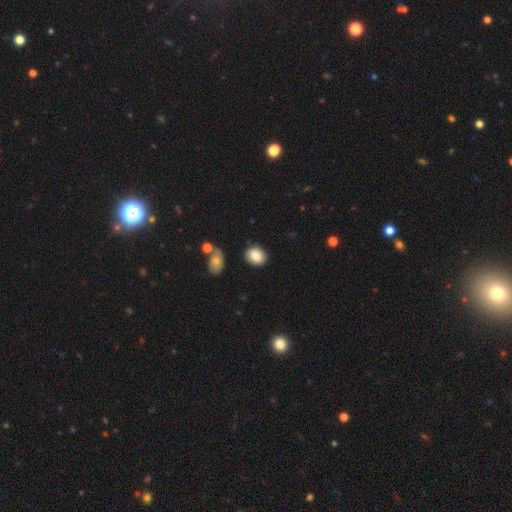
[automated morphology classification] A smooth galaxy with no disk features (84%) that is round (52%). Merging: none (85%).